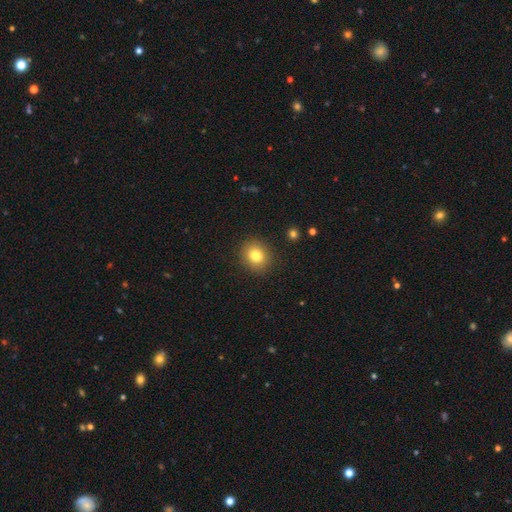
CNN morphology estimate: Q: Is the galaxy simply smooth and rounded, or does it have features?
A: smooth — 80%.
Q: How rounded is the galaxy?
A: round — 76%.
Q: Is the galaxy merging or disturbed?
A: none — 90%.